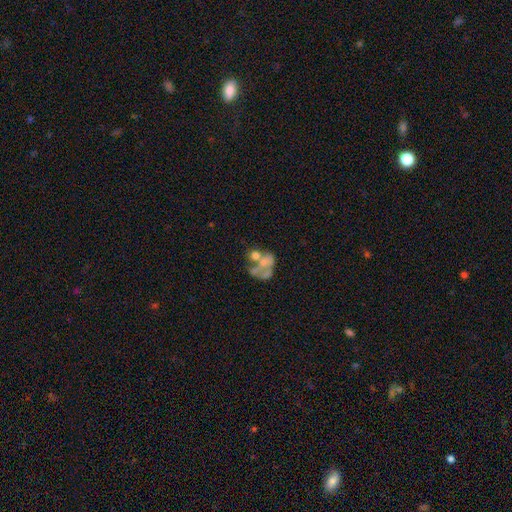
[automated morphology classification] This appears to be a featured or disk galaxy (49%). Merging: merger (43%).